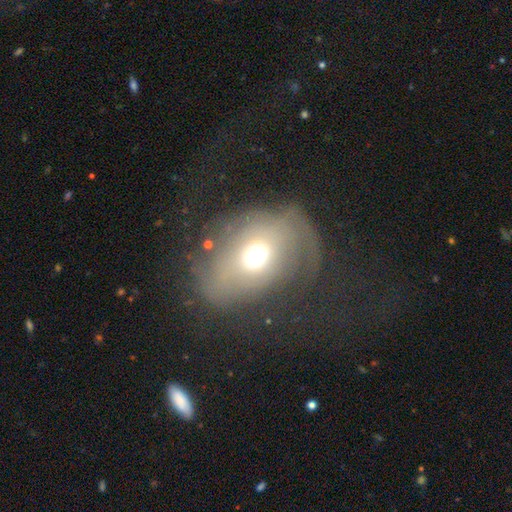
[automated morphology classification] A smooth galaxy with no disk features (44%). Merging: none (38%).